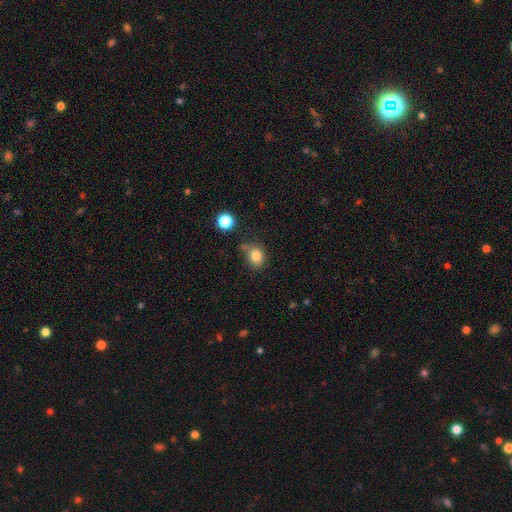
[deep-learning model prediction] A smooth galaxy with no disk features (82%) that is round (67%). Merging: none (65%).